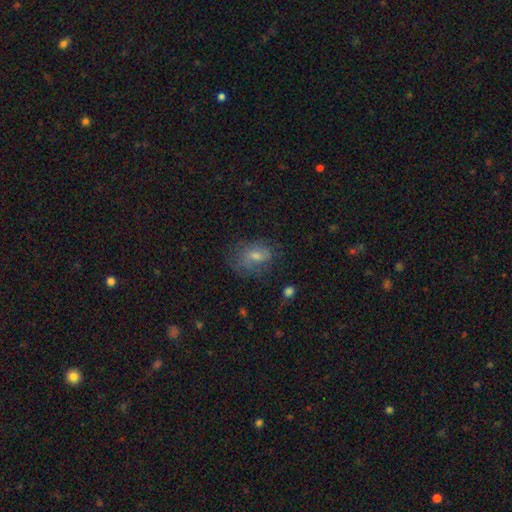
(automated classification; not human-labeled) Q: Smooth or featured?
A: smooth (57%); runner-up: featured or disk (28%)
Q: How rounded?
A: in between (68%); runner-up: round (30%)
Q: Merging?
A: none (60%); runner-up: minor disturbance (24%)